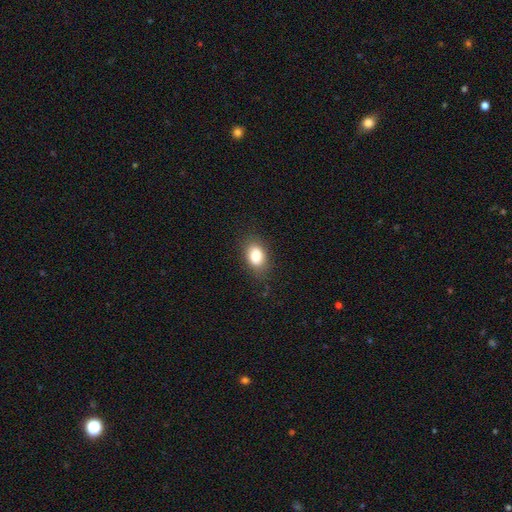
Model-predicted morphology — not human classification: The model was most divided on "how rounded": in between: 81%, round: 18%, cigar-shaped: 2%. More confident: smooth or featured — smooth (85%); merging — none (80%).